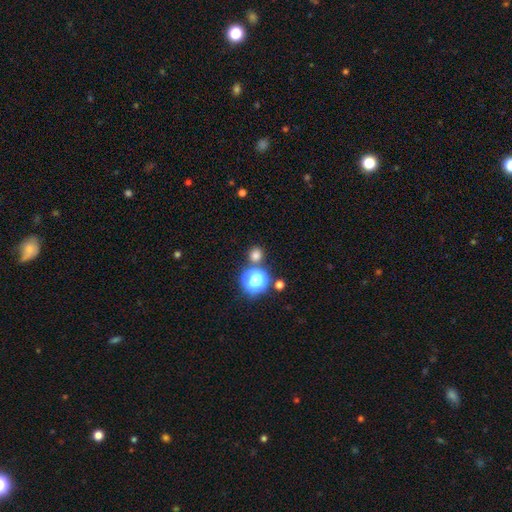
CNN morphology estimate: A smooth galaxy with no disk features (73%) that is round (88%). Merging: none (80%).